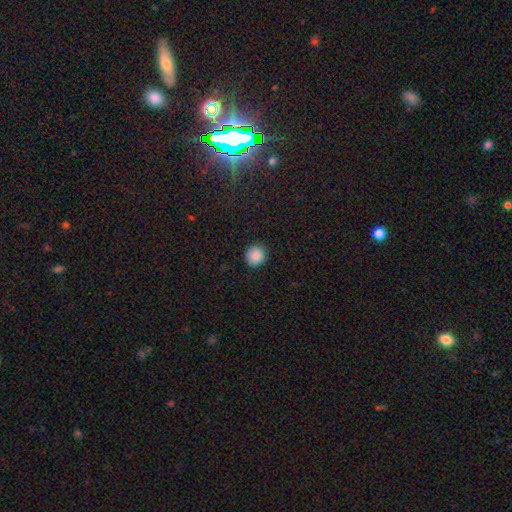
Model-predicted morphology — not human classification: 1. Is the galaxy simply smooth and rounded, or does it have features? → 88% smooth, 9% star or artifact, 3% featured or disk.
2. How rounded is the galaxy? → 90% round, 9% in between, 1% cigar-shaped.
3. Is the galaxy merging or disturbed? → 91% none, 6% minor disturbance, 2% major disturbance, 1% merger.